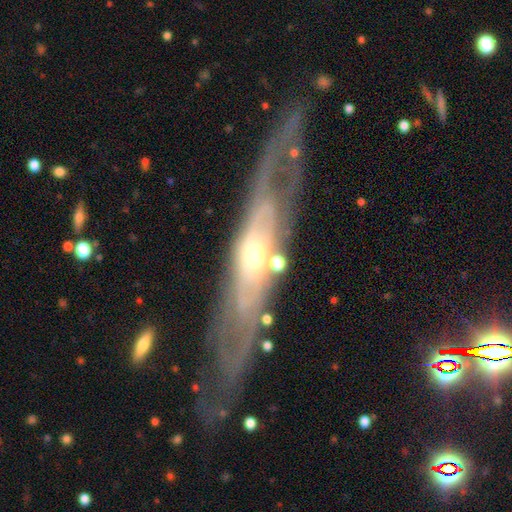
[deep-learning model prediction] A featured or disk galaxy (79%).

Vote fractions:
- Smooth or featured? featured or disk: 79% / smooth: 15% / star or artifact: 6%
- Edge-on disk? no: 59% / yes: 41%
- Merging? none: 66% / minor disturbance: 18% / major disturbance: 12% / merger: 4%